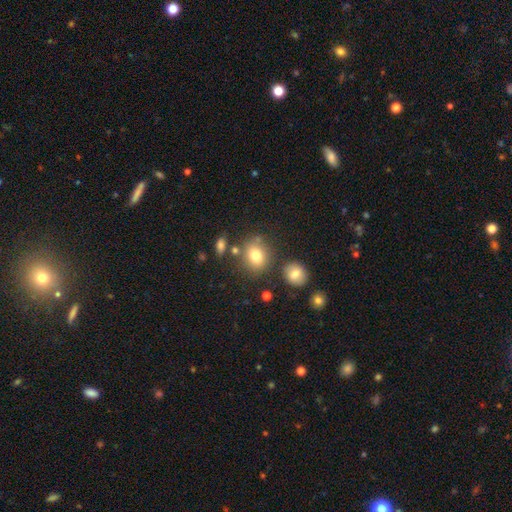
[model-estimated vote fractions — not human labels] Smooth or featured: smooth — 78% (star or artifact — 12%)
How rounded: round — 64% (in between — 35%)
Merging: none — 74% (minor disturbance — 13%)